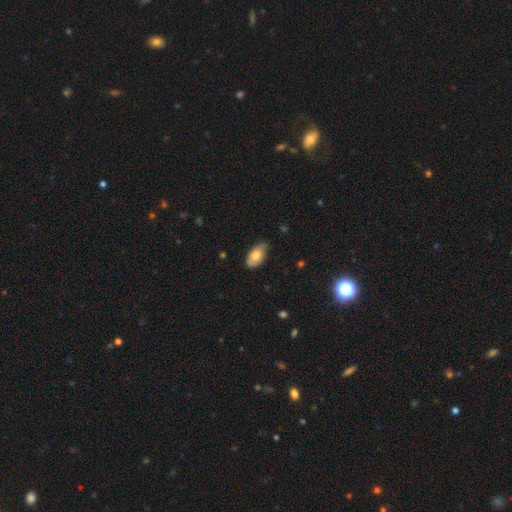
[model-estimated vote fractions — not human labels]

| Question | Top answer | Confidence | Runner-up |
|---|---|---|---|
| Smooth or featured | smooth | 74% | featured or disk (20%) |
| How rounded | in between | 94% | round (3%) |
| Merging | none | 70% | minor disturbance (25%) |